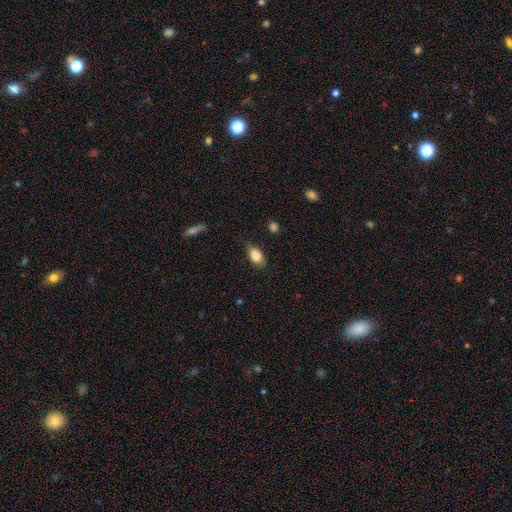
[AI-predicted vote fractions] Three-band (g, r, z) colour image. It shows a smooth galaxy with no disk features (86%) that is in between round and cigar-shaped (85%). Merging: none (76%).